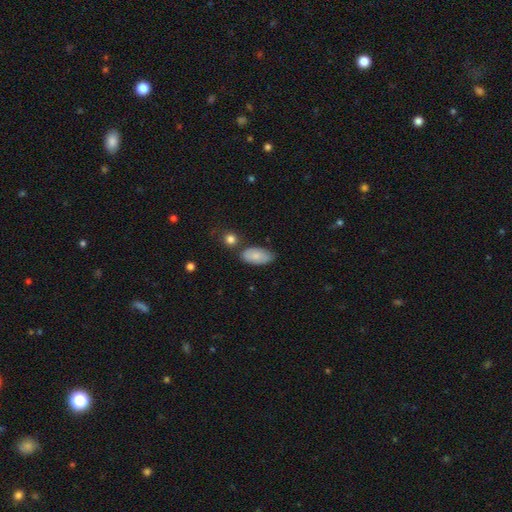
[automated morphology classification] Smooth or featured?
  - smooth: 78% *
  - featured or disk: 16%
  - star or artifact: 6%
How rounded?
  - in between: 93% *
  - cigar-shaped: 4%
  - round: 3%
Merging?
  - none: 68% *
  - minor disturbance: 21%
  - merger: 7%
  - major disturbance: 4%